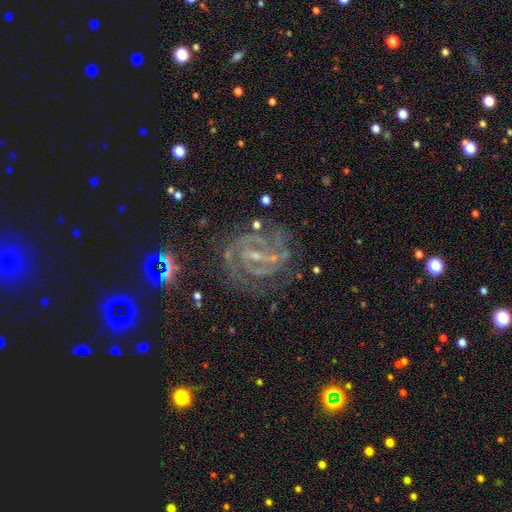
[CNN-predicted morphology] smooth_or_featured: featured or disk (p=0.84) [alt: star or artifact p=0.11]
disk_edge_on: no (p=0.97) [alt: yes p=0.03]
bar: strong (p=0.47) [alt: weak p=0.38]
has_spiral_arms: yes (p=0.97) [alt: no p=0.03]
spiral_winding: tight (p=0.50) [alt: medium p=0.42]
spiral_arm_count: 2 (p=0.54) [alt: 3 p=0.16]
bulge_size: small (p=0.76) [alt: moderate p=0.12]
merging: none (p=0.72) [alt: minor disturbance p=0.16]